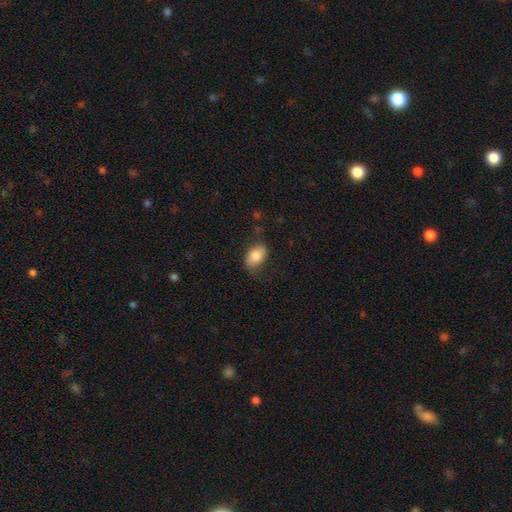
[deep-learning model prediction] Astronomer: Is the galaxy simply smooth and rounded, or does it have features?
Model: smooth — 82%.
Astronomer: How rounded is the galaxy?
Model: in between — 85%.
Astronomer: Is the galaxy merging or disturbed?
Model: none — 71%.